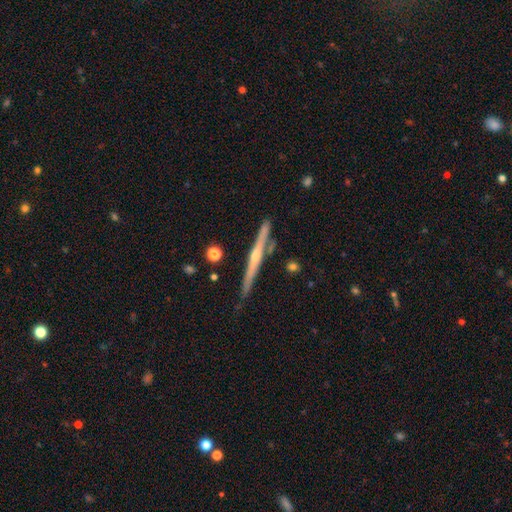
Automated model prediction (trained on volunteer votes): The model was most divided on "edge-on bulge": rounded: 74%, none: 22%, boxy: 4%. More confident: edge-on disk — yes (98%); merging — none (83%); smooth or featured — featured or disk (77%).